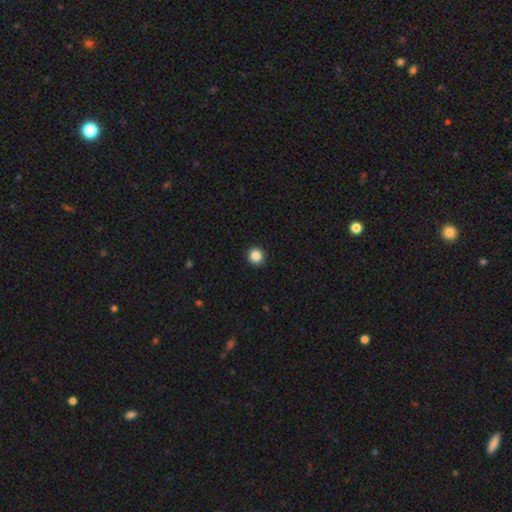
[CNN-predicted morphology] smooth_or_featured: smooth (p=0.86) [alt: star or artifact p=0.10]
how_rounded: round (p=0.94) [alt: in between p=0.05]
merging: none (p=0.92) [alt: minor disturbance p=0.05]